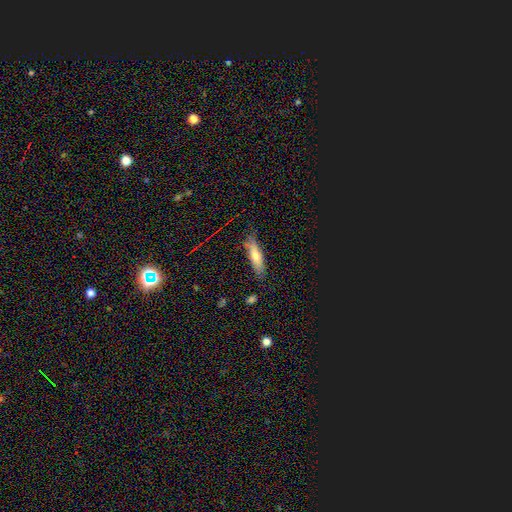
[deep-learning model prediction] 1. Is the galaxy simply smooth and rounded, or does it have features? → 62% smooth, 30% featured or disk, 8% star or artifact.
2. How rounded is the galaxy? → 66% cigar-shaped, 32% in between, 2% round.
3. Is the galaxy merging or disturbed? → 79% none, 15% minor disturbance, 3% major disturbance, 2% merger.